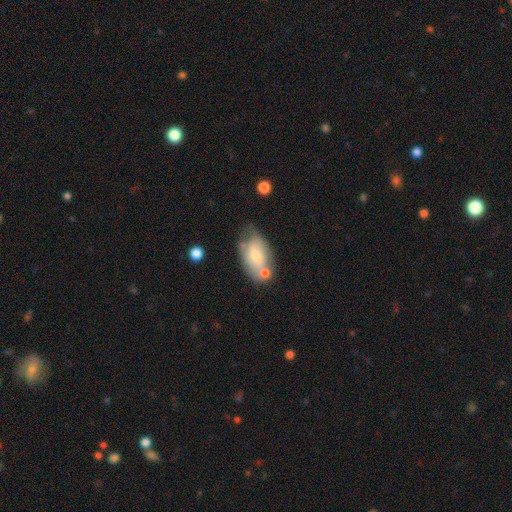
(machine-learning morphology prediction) smooth-or-featured: smooth: 52% | featured or disk: 41% | star or artifact: 6%
  how-rounded: in between: 91% | round: 7% | cigar-shaped: 2%
  merging: none: 45% | minor disturbance: 25% | merger: 20% | major disturbance: 9%